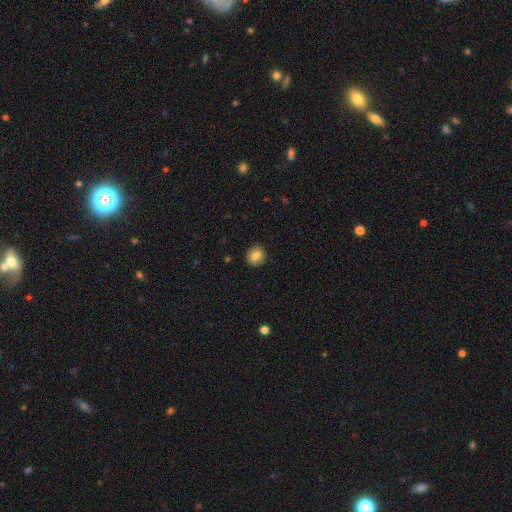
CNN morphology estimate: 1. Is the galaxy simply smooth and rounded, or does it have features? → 84% smooth, 9% star or artifact, 6% featured or disk.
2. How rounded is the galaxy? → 84% round, 15% in between, 1% cigar-shaped.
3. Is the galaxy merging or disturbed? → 91% none, 6% minor disturbance, 2% major disturbance, 1% merger.